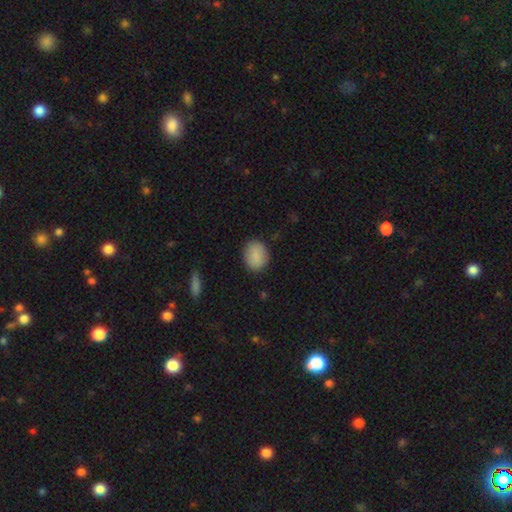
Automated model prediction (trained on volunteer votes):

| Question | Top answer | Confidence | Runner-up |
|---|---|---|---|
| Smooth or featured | smooth | 88% | star or artifact (7%) |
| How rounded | round | 50% | in between (49%) |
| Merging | none | 86% | minor disturbance (10%) |